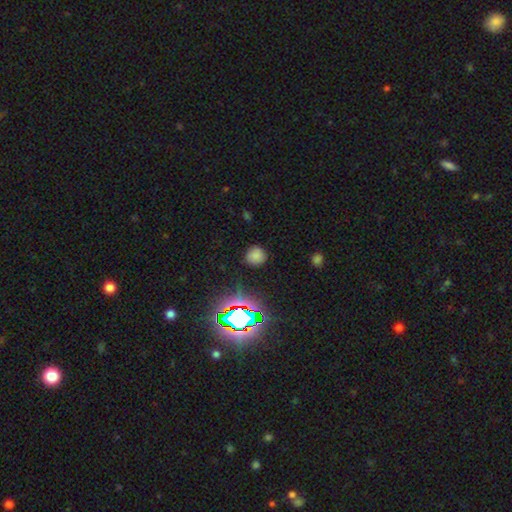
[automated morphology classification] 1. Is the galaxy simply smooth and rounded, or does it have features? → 72% smooth, 21% star or artifact, 6% featured or disk.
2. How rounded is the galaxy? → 90% round, 9% in between, 1% cigar-shaped.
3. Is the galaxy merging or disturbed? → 84% none, 10% minor disturbance, 4% major disturbance, 2% merger.